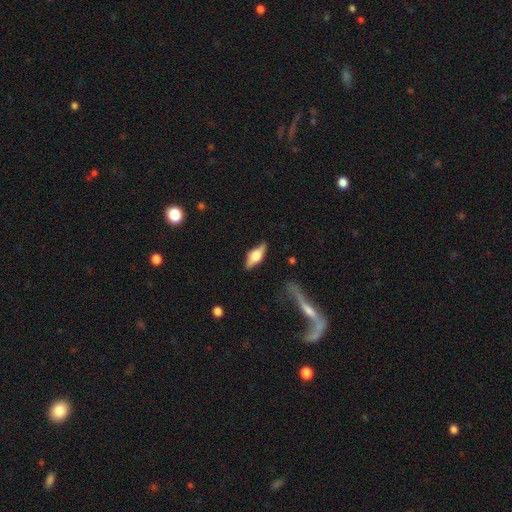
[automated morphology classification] Smooth or featured: featured or disk — 52% (smooth — 42%)
Edge-on disk: yes — 91% (no — 9%)
Merging: none — 84% (minor disturbance — 12%)